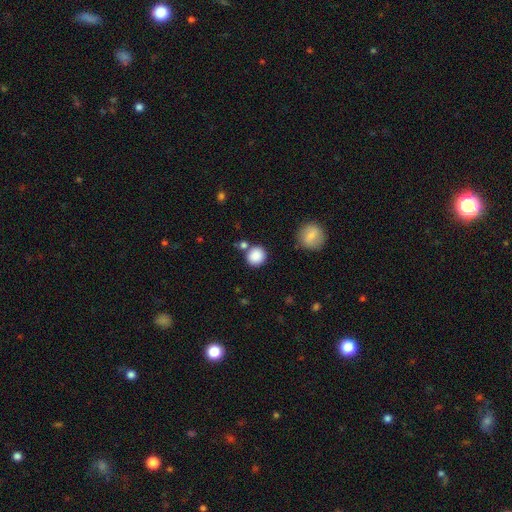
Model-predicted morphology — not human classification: smooth-or-featured: smooth: 87% | star or artifact: 8% | featured or disk: 5%
  how-rounded: round: 89% | in between: 10% | cigar-shaped: 1%
  merging: none: 75% | merger: 12% | minor disturbance: 10% | major disturbance: 3%